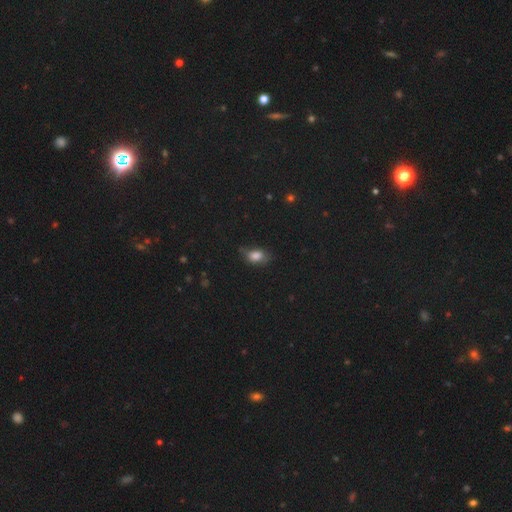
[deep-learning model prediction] smooth-or-featured: smooth: 76% | star or artifact: 13% | featured or disk: 11%
  how-rounded: in between: 81% | round: 15% | cigar-shaped: 3%
  merging: none: 53% | minor disturbance: 33% | major disturbance: 12% | merger: 2%